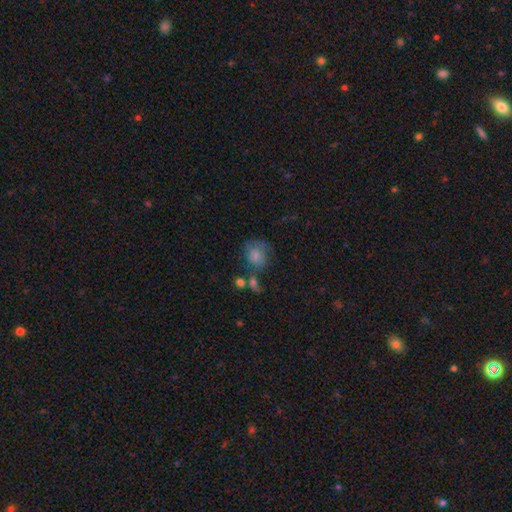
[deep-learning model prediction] This is likely a smooth galaxy (74%). How rounded: likely round (71%). Merging: possibly none (46%).